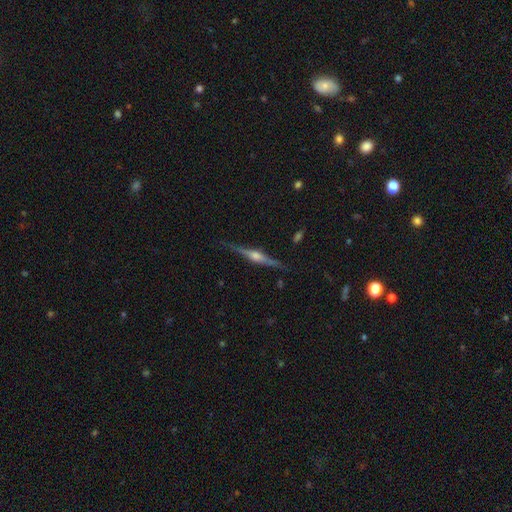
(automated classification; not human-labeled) This appears to be a featured or disk galaxy (87%) viewed edge-on (98%) with a rounded central bulge (90%). Merging: none (90%).